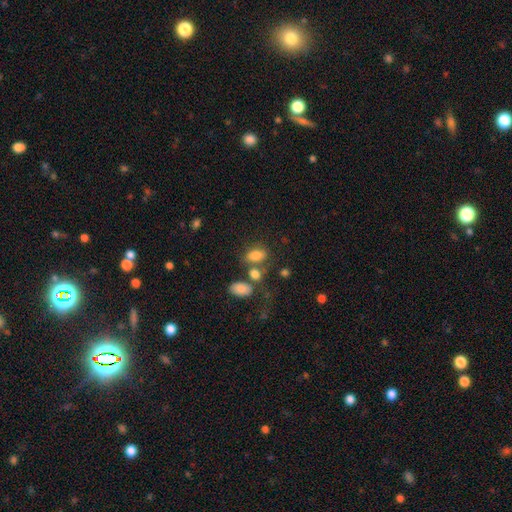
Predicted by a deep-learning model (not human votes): A smooth galaxy with no disk features (80%) that is in between round and cigar-shaped (87%). Merging: none (52%).